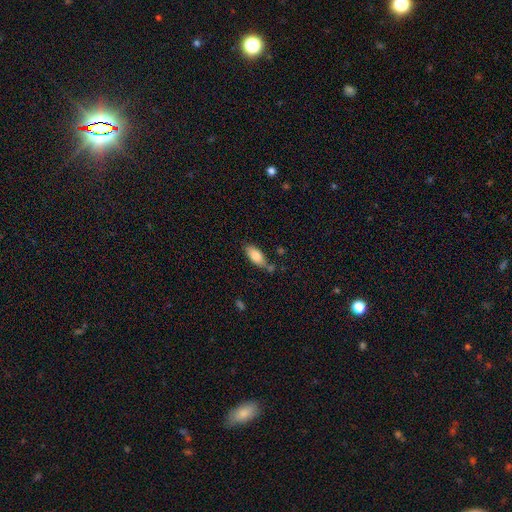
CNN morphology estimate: A smooth galaxy with no disk features (80%) that is in between round and cigar-shaped (84%). Merging: none (65%).